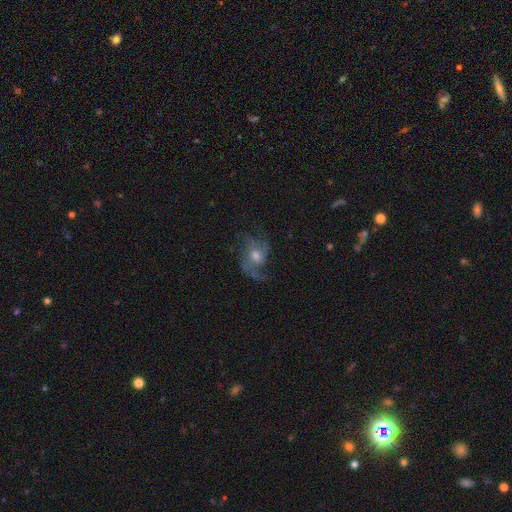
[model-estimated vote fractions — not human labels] A featured or disk galaxy (76%) with no bar (68%), 2 (42%) loose (51%) spiral arms (91%) and a moderate central bulge (63%).

Vote fractions:
- Smooth or featured? featured or disk: 76% / smooth: 14% / star or artifact: 10%
- Edge-on disk? no: 97% / yes: 3%
- Bar? no: 68% / weak: 27% / strong: 5%
- Spiral arms? yes: 91% / no: 9%
- Spiral winding? loose: 51% / medium: 39% / tight: 10%
- Spiral arm count? 2: 42% / 3: 26% / can't tell: 14% / 1: 7% / 4: 6% / more than 4: 4%
- Bulge size? moderate: 63% / small: 24% / large: 9% / none: 3% / dominant: 1%
- Merging? none: 58% / major disturbance: 22% / minor disturbance: 19% / merger: 2%